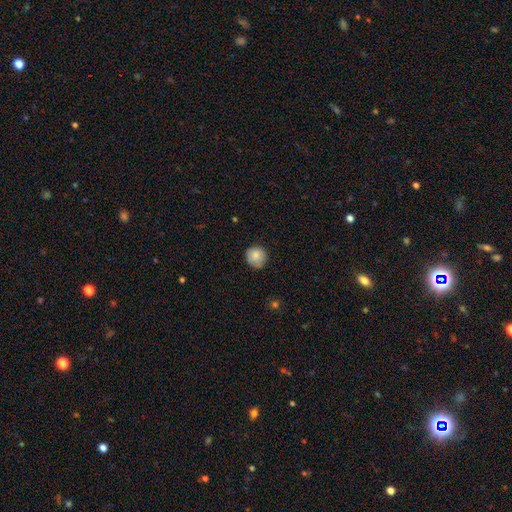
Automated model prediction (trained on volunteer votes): smooth_or_featured: smooth (p=0.82) [alt: featured or disk p=0.09]
how_rounded: round (p=0.90) [alt: in between p=0.09]
merging: none (p=0.82) [alt: minor disturbance p=0.14]